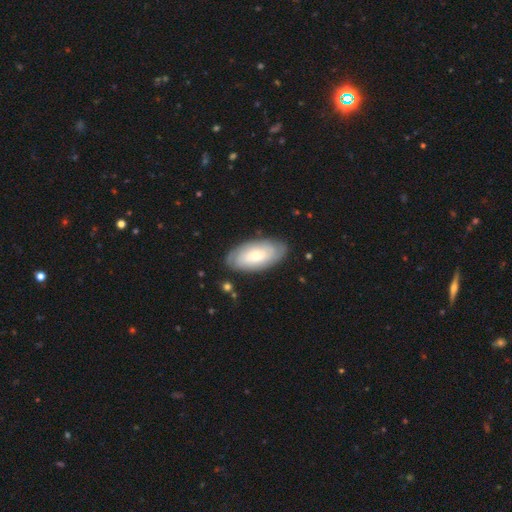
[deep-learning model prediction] Smooth or featured? Predicted: featured or disk (p=0.49). Merging? Predicted: none (p=0.81).